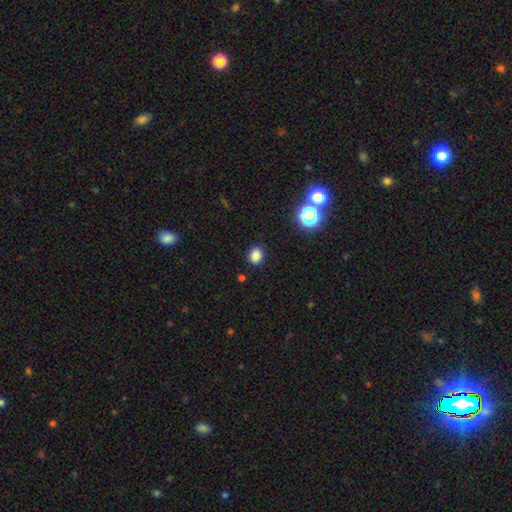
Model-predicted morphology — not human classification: Smooth or featured: smooth — 83% (star or artifact — 13%)
How rounded: round — 50% (in between — 49%)
Merging: none — 87% (minor disturbance — 9%)